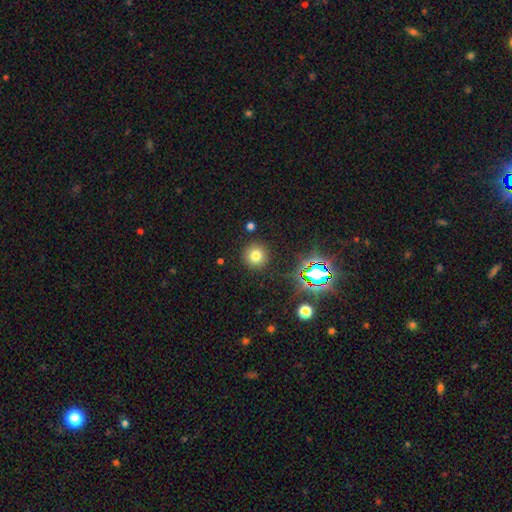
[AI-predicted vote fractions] This is likely a smooth galaxy (73%). How rounded: clearly round (94%). Merging: clearly none (89%).